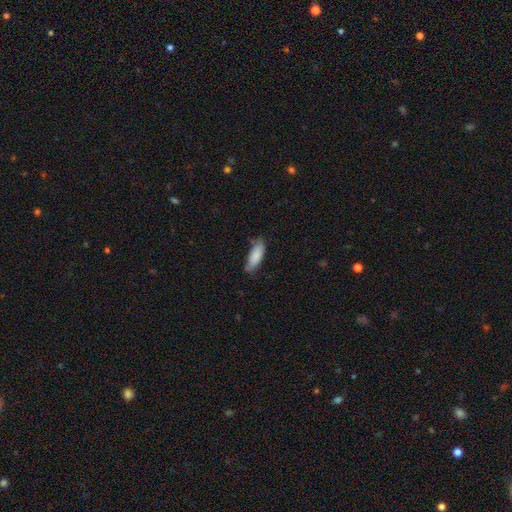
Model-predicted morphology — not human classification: type=smooth (84%); roundness=in between (67%); merging=none (66%).